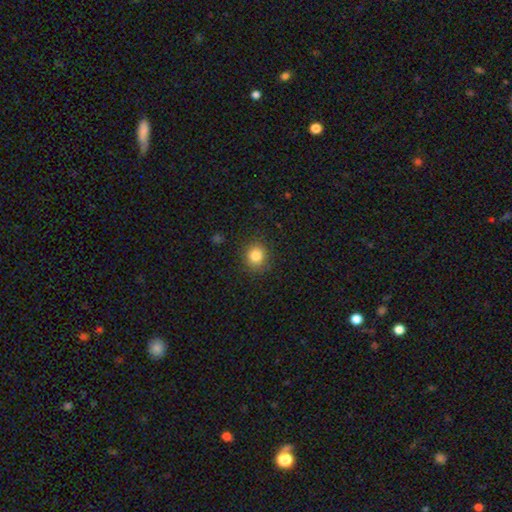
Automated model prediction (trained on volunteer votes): Overall: smooth (84%). How rounded: round (87%). Merging: none (87%).